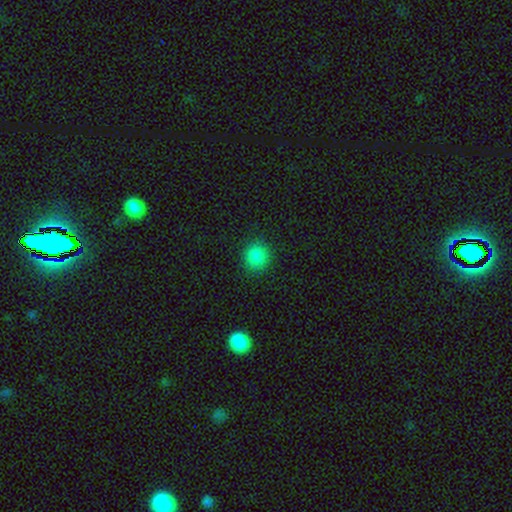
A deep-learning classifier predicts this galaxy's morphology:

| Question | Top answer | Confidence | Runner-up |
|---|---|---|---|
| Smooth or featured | smooth | 86% | star or artifact (12%) |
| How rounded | round | 87% | in between (12%) |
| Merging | none | 89% | minor disturbance (7%) |